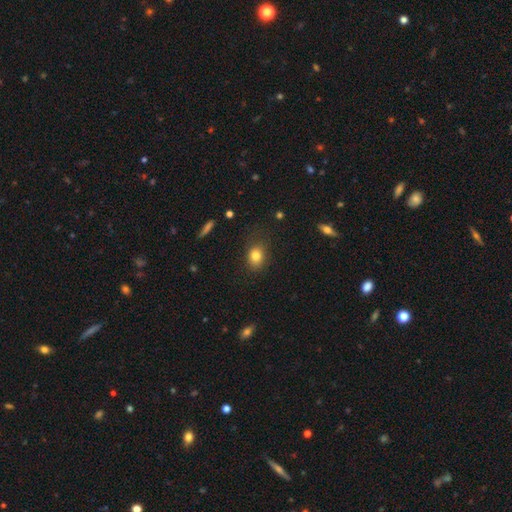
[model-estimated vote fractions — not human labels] smooth_or_featured: smooth (p=0.81) [alt: star or artifact p=0.11]
how_rounded: in between (p=0.61) [alt: round p=0.37]
merging: none (p=0.77) [alt: minor disturbance p=0.16]